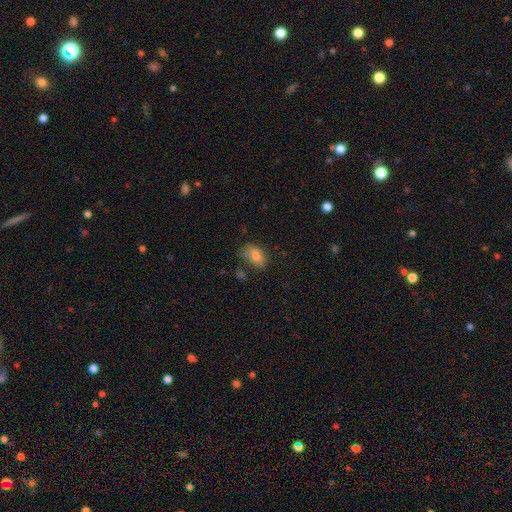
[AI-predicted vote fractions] smooth-or-featured: smooth: 74% | featured or disk: 14% | star or artifact: 11%
  how-rounded: in between: 85% | round: 12% | cigar-shaped: 3%
  merging: none: 45% | minor disturbance: 31% | major disturbance: 18% | merger: 6%